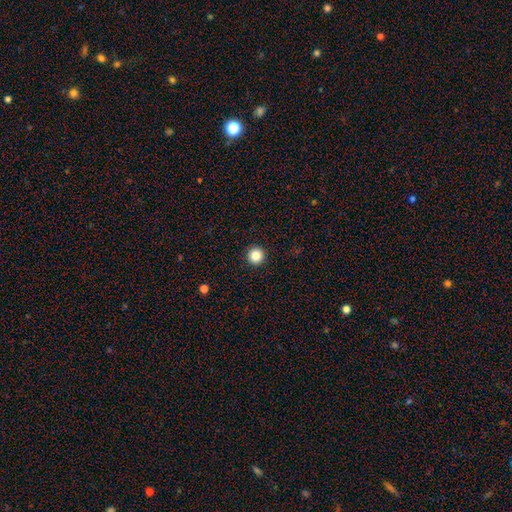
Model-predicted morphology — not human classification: smooth-or-featured: smooth: 85% | star or artifact: 11% | featured or disk: 4%
  how-rounded: round: 96% | in between: 3% | cigar-shaped: 1%
  merging: none: 94% | minor disturbance: 4% | major disturbance: 2% | merger: 1%